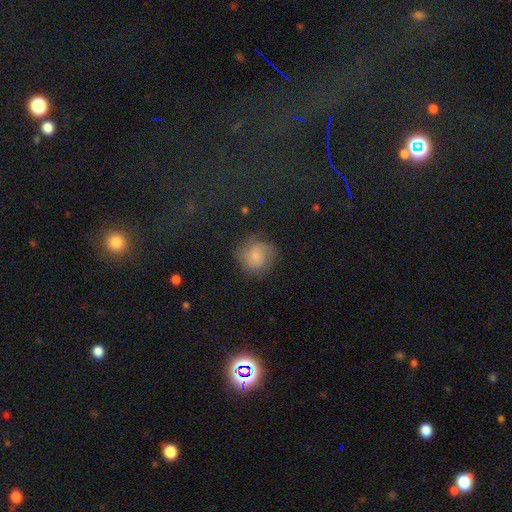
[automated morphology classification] This appears to be a smooth galaxy with no disk features (52%) that is round (86%). Merging: none (72%).